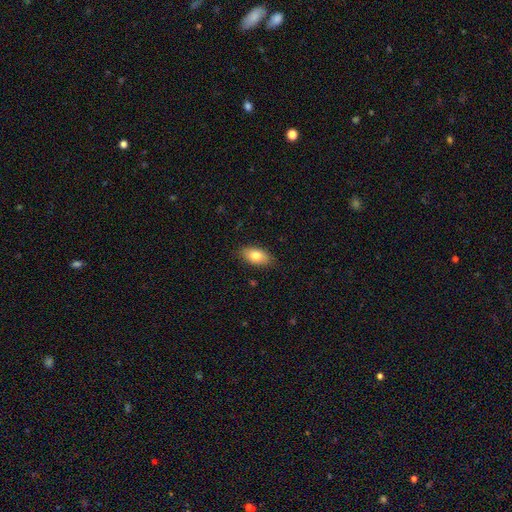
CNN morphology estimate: A smooth galaxy with no disk features (79%) that is in between round and cigar-shaped (91%).

Vote fractions:
- Smooth or featured? smooth: 79% / featured or disk: 14% / star or artifact: 7%
- How rounded? in between: 91% / round: 5% / cigar-shaped: 4%
- Merging? none: 84% / minor disturbance: 12% / major disturbance: 2% / merger: 1%